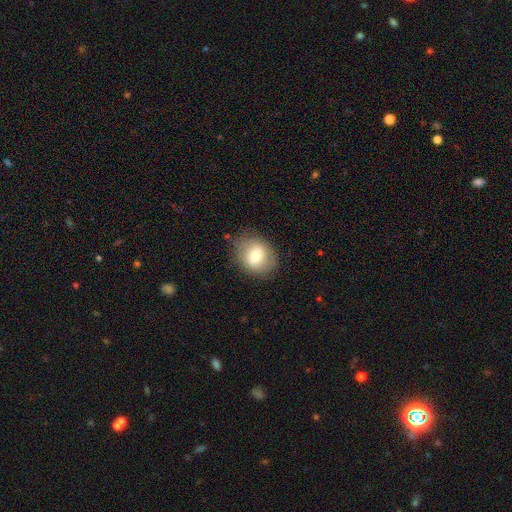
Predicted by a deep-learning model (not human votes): Morphology: type=smooth (69%); roundness=round (54%); merging=none (78%).